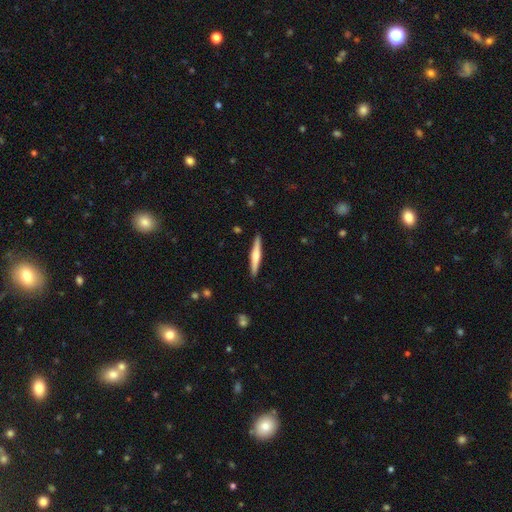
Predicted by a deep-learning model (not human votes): Q: Smooth or featured?
A: featured or disk (51%); runner-up: smooth (44%)
Q: Edge-on disk?
A: yes (97%); runner-up: no (3%)
Q: Merging?
A: none (91%); runner-up: minor disturbance (7%)